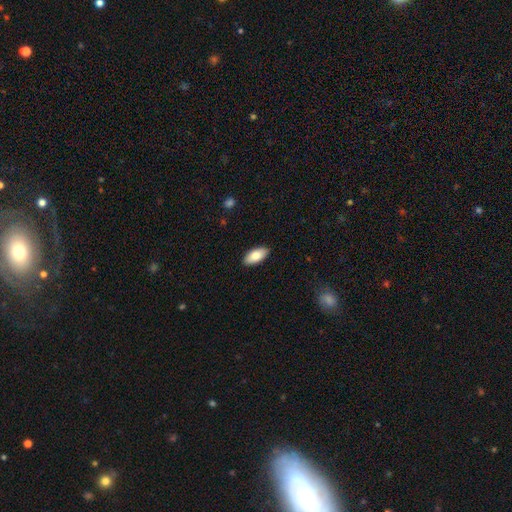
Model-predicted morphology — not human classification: smooth 81%, featured or disk 13%, star or artifact 6%. Down the decision tree: how rounded — in between (92%); merging — none (90%).